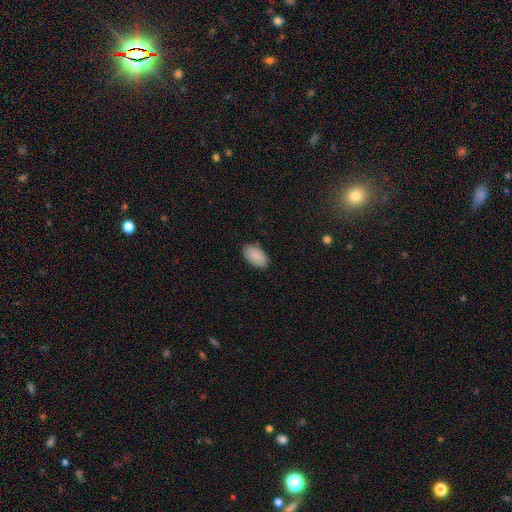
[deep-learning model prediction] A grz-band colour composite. It shows a smooth galaxy with no disk features (90%) that is in between round and cigar-shaped (95%). Merging: none (88%).